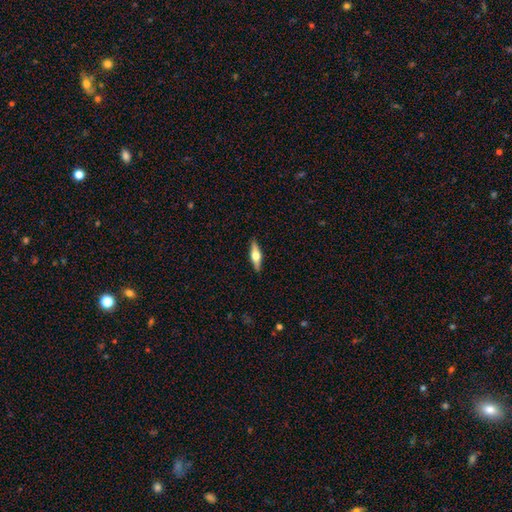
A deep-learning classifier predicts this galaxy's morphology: A featured or disk galaxy (57%) viewed edge-on (95%) with a rounded central bulge (93%). Merging: none (90%).